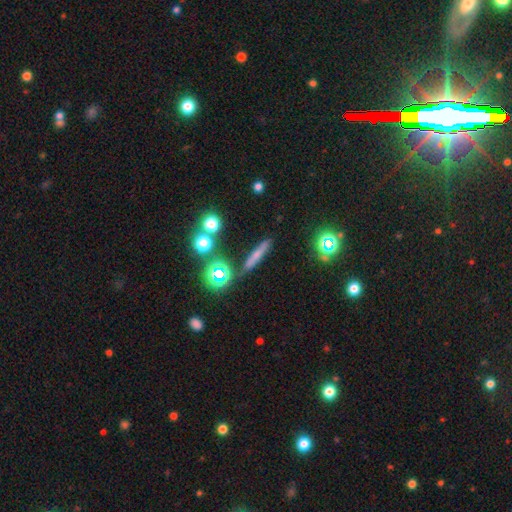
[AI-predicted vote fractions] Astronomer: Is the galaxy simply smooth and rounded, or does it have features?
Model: smooth — 57%.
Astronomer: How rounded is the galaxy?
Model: cigar-shaped — 83%.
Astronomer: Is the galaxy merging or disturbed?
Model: none — 83%.